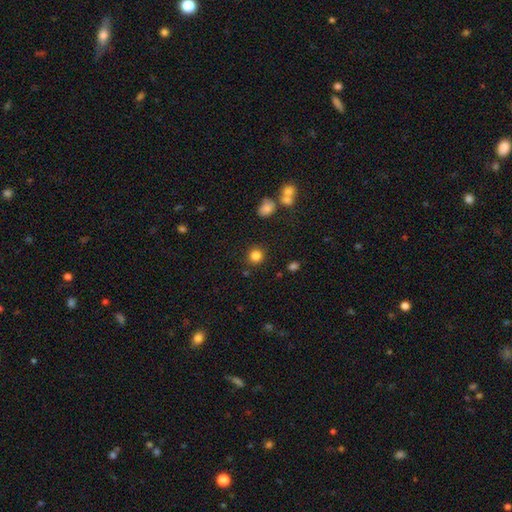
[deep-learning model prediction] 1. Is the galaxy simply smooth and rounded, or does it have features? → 84% smooth, 12% star or artifact, 5% featured or disk.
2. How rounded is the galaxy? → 91% round, 8% in between, 1% cigar-shaped.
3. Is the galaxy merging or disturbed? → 88% none, 6% minor disturbance, 3% merger, 3% major disturbance.